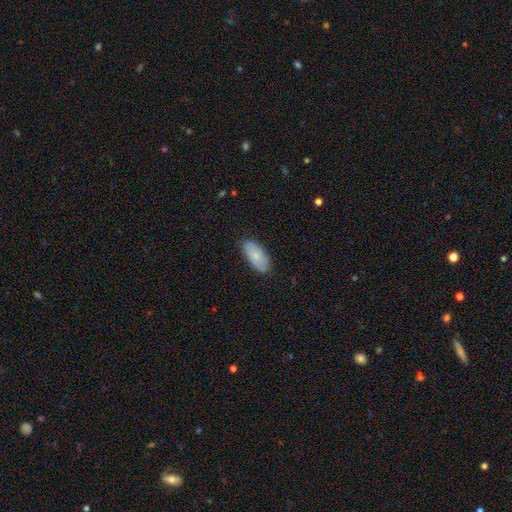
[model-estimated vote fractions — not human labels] Smooth or featured? smooth (75%)
How rounded? in between (91%)
Merging? none (83%)